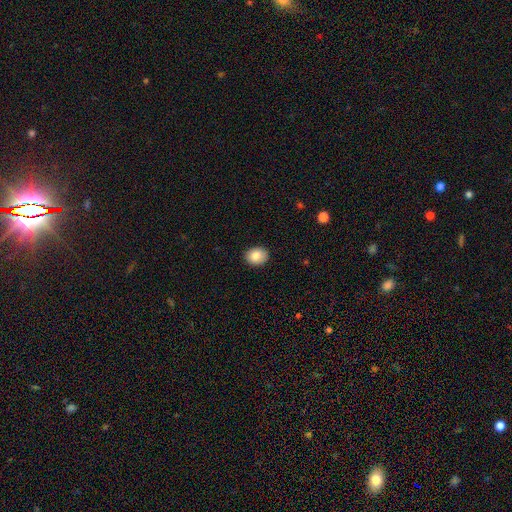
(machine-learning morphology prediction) This is clearly a smooth galaxy (84%). How rounded: possibly in between (53%). Merging: clearly none (90%).